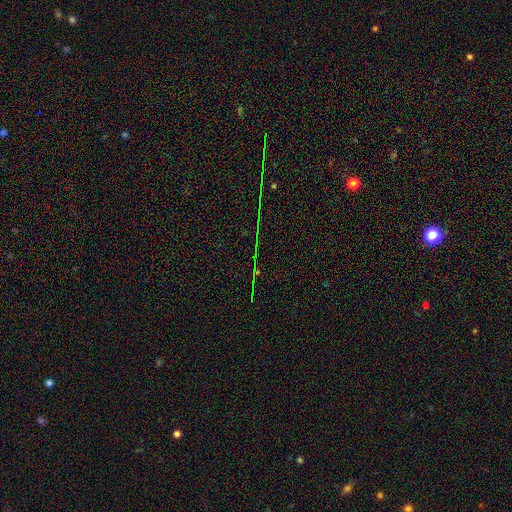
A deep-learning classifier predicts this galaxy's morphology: The model was most divided on "smooth or featured": star or artifact: 79%, featured or disk: 11%, smooth: 10%.